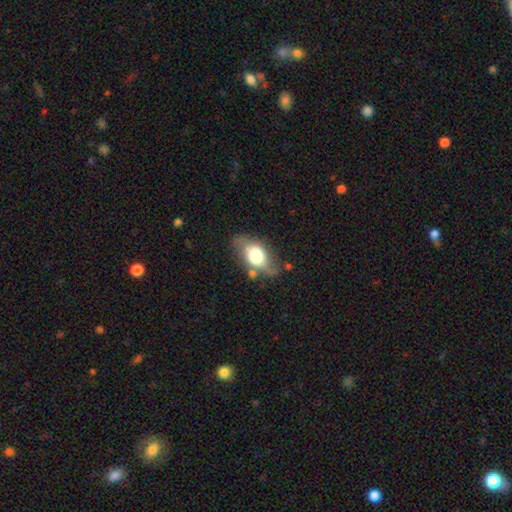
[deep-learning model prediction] Smooth or featured: smooth — 57% (featured or disk — 36%)
How rounded: in between — 83% (round — 12%)
Merging: none — 63% (minor disturbance — 22%)